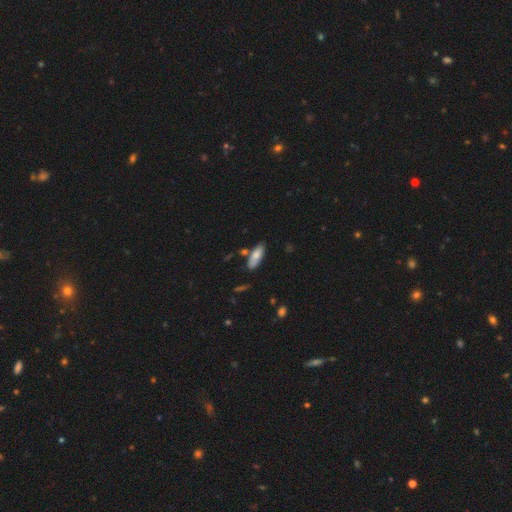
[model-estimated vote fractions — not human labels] This appears to be a smooth galaxy with no disk features (77%) that is in between round and cigar-shaped (69%). Merging: none (73%).